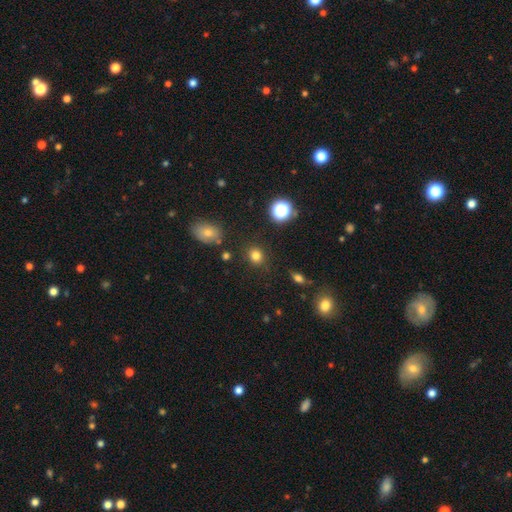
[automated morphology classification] A smooth galaxy with no disk features (80%) that is round (76%). Merging: none (85%).